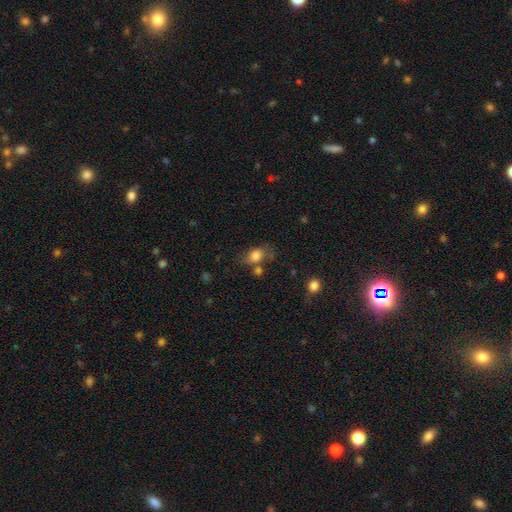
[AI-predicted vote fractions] Smooth or featured? Predicted: smooth (p=0.79). How rounded? Predicted: in between (p=0.71). Merging? Predicted: none (p=0.52).